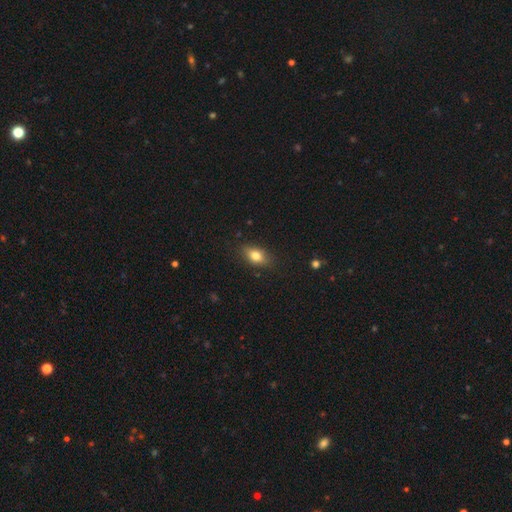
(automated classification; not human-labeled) Overall: smooth (78%). How rounded: in between (83%). Merging: none (82%).